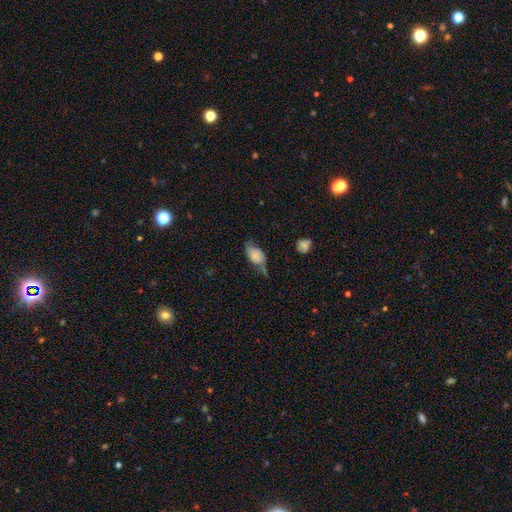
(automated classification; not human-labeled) A smooth galaxy with no disk features (58%) that is in between round and cigar-shaped (85%).

Vote fractions:
- Smooth or featured? smooth: 58% / featured or disk: 33% / star or artifact: 10%
- How rounded? in between: 85% / round: 11% / cigar-shaped: 4%
- Merging? none: 41% / minor disturbance: 35% / major disturbance: 19% / merger: 5%